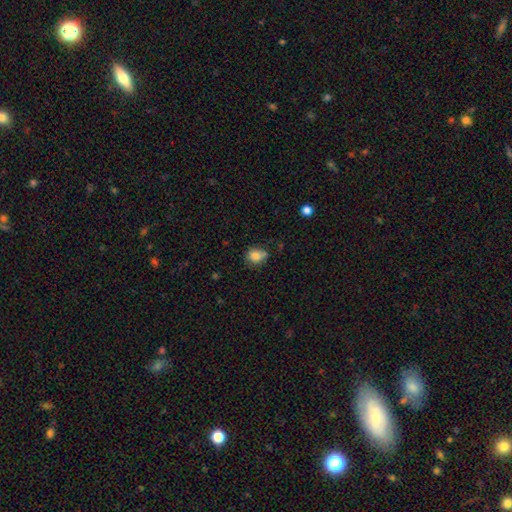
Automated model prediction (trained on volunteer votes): This is clearly a smooth galaxy (81%). How rounded: possibly round (57%). Merging: possibly none (55%).